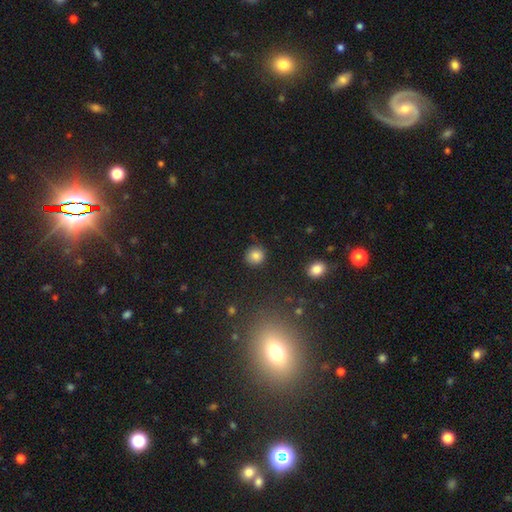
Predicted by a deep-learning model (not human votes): A smooth galaxy with no disk features (84%) that is round (88%).

Vote fractions:
- Smooth or featured? smooth: 84% / star or artifact: 11% / featured or disk: 5%
- How rounded? round: 88% / in between: 11% / cigar-shaped: 1%
- Merging? none: 86% / minor disturbance: 9% / major disturbance: 3% / merger: 2%